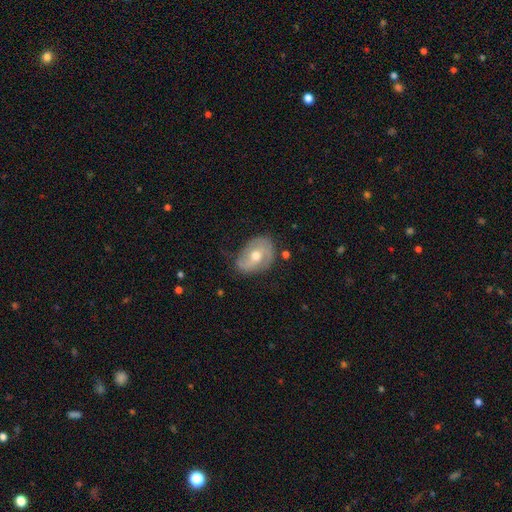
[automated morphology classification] Smooth or featured? featured or disk (62%)
Edge-on disk? no (95%)
Bar? no (56%)
Spiral arms? yes (76%)
Bulge size? moderate (74%)
Merging? none (60%)